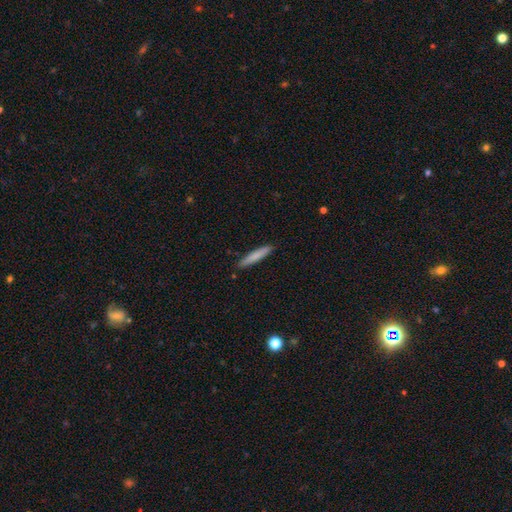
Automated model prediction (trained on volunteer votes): A smooth galaxy with no disk features (80%) that is cigar-shaped (93%).

Vote fractions:
- Smooth or featured? smooth: 80% / featured or disk: 15% / star or artifact: 6%
- How rounded? cigar-shaped: 93% / in between: 5% / round: 1%
- Merging? none: 90% / minor disturbance: 7% / major disturbance: 1% / merger: 1%